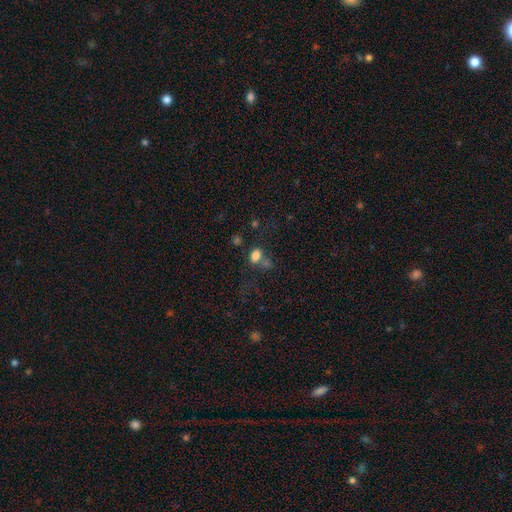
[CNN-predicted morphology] Smooth or featured: smooth — 78% (star or artifact — 14%)
How rounded: in between — 68% (round — 30%)
Merging: none — 50% (merger — 29%)